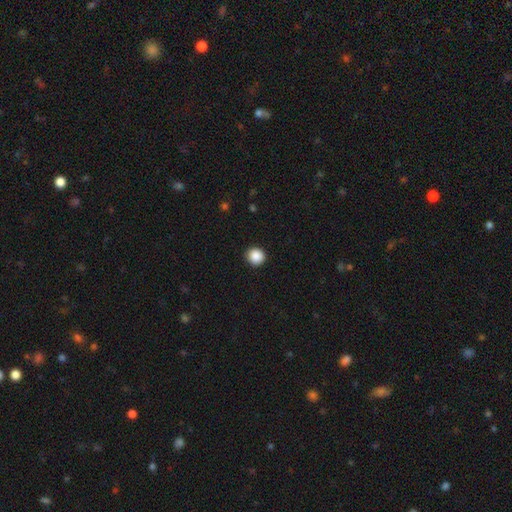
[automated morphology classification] A smooth galaxy with no disk features (88%) that is round (92%).

Vote fractions:
- Smooth or featured? smooth: 88% / star or artifact: 9% / featured or disk: 3%
- How rounded? round: 92% / in between: 7% / cigar-shaped: 1%
- Merging? none: 92% / minor disturbance: 6% / major disturbance: 2% / merger: 1%